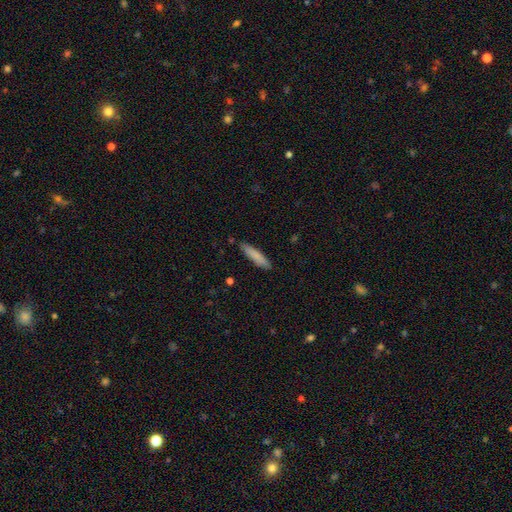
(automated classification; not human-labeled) This is clearly a smooth galaxy (81%). How rounded: clearly cigar-shaped (85%). Merging: clearly none (86%).